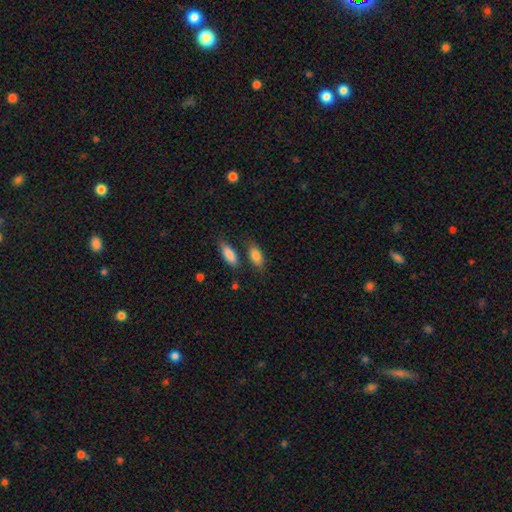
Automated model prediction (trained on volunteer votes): Q: Smooth or featured?
A: smooth (85%); runner-up: featured or disk (8%)
Q: How rounded?
A: in between (84%); runner-up: cigar-shaped (11%)
Q: Merging?
A: none (68%); runner-up: minor disturbance (15%)